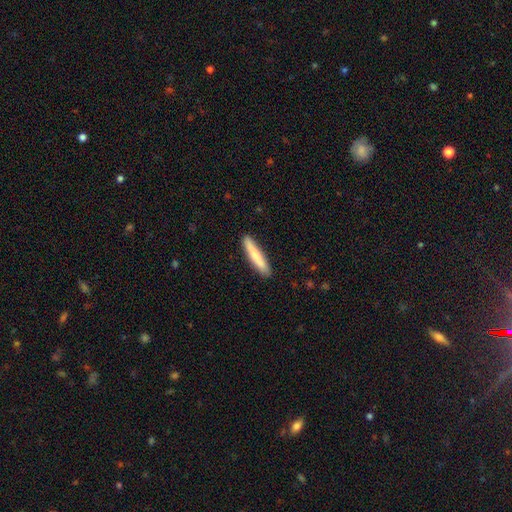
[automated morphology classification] smooth-or-featured: smooth: 74% | featured or disk: 21% | star or artifact: 5%
  how-rounded: cigar-shaped: 92% | in between: 7% | round: 1%
  merging: none: 90% | minor disturbance: 8% | major disturbance: 2% | merger: 1%